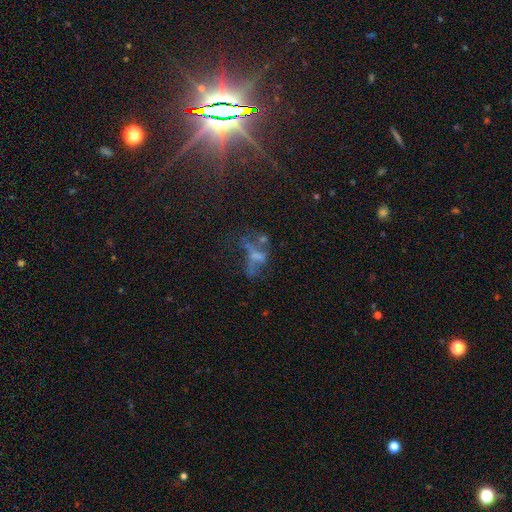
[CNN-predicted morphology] Smooth or featured? featured or disk (45%)
Merging? major disturbance (40%)